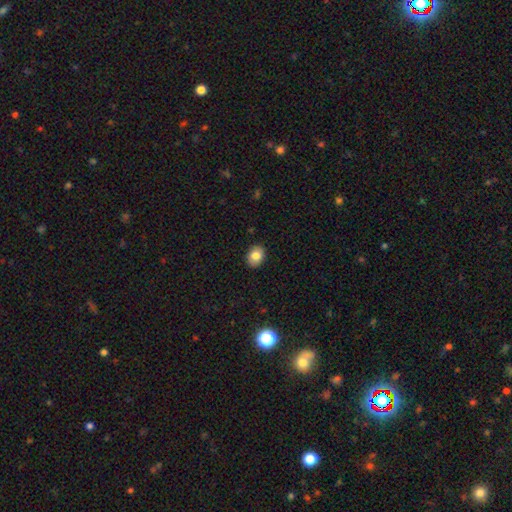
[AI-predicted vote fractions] This appears to be a smooth galaxy with no disk features (82%) that is in between round and cigar-shaped (65%). Merging: none (88%).